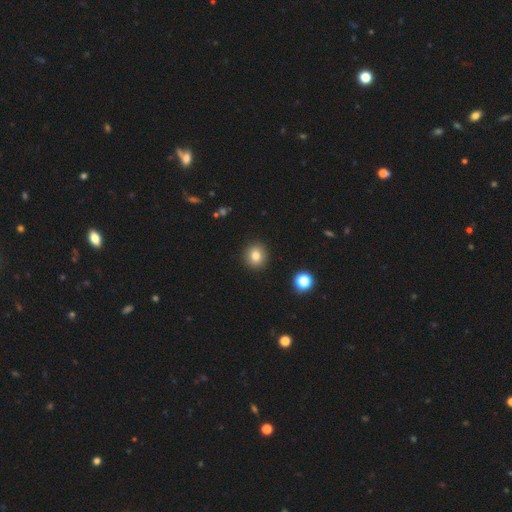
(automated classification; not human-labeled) Overall: smooth (80%). How rounded: round (87%). Merging: none (91%).